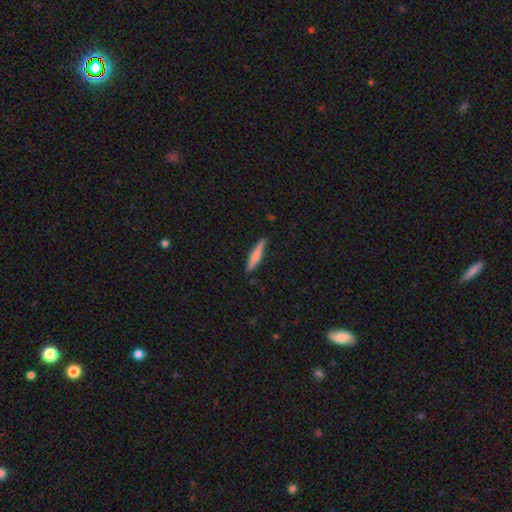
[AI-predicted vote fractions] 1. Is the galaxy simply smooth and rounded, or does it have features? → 66% smooth, 28% featured or disk, 6% star or artifact.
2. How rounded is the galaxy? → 91% cigar-shaped, 7% in between, 1% round.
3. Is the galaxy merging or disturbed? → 86% none, 11% minor disturbance, 2% major disturbance, 1% merger.